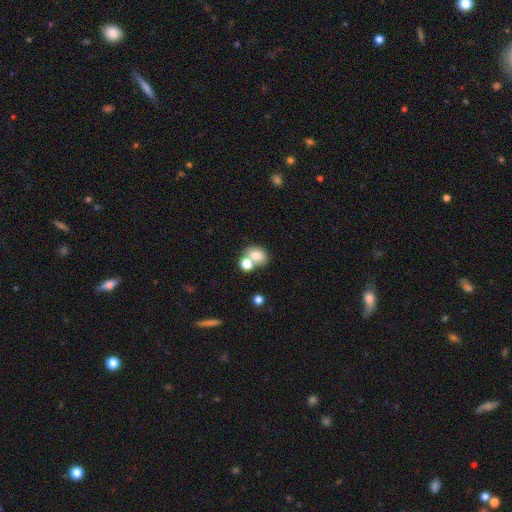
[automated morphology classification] This appears to be a smooth galaxy with no disk features (74%) that is round (53%). Merging: merger (45%).